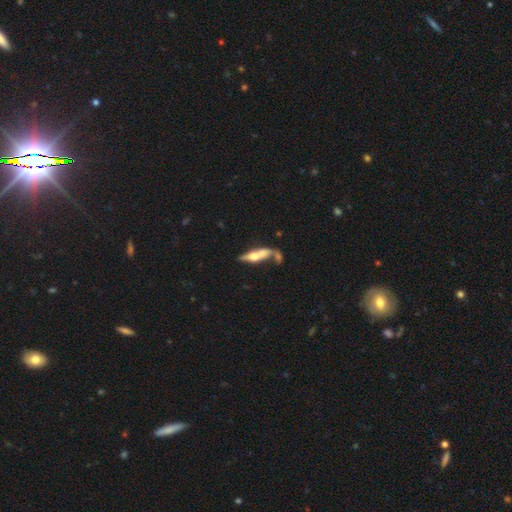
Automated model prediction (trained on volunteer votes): This is possibly a featured or disk galaxy (54%). It is clearly viewed edge-on (81%). Merging: marginally none (37%).